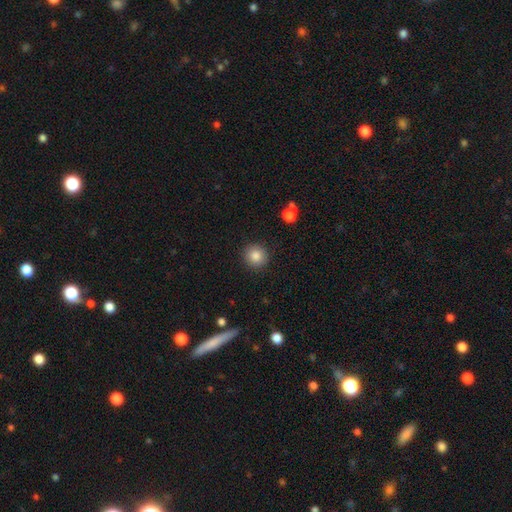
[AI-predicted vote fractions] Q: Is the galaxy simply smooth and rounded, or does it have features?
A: smooth — 85%.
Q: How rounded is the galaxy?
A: round — 93%.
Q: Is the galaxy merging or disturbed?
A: none — 91%.